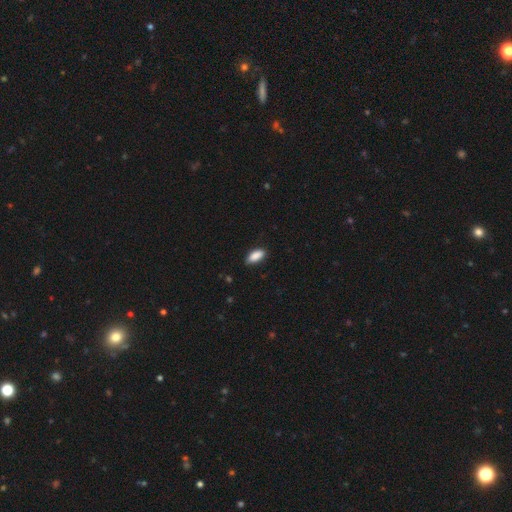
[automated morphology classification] The model was most divided on "merging": none: 77%, minor disturbance: 19%, major disturbance: 3%, merger: 1%. More confident: smooth or featured — smooth (89%); how rounded — in between (88%).